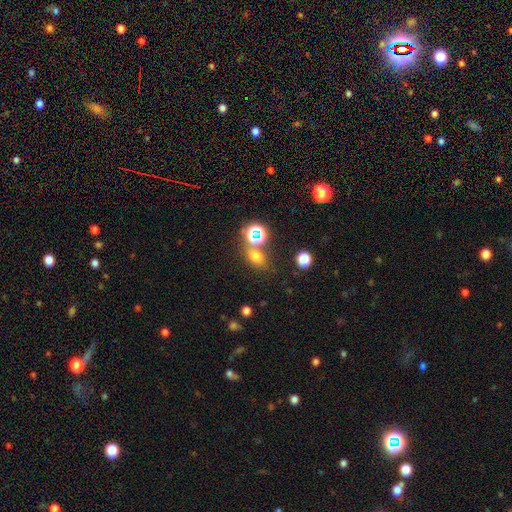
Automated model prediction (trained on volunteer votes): Smooth or featured?
  - smooth: 62% *
  - star or artifact: 28%
  - featured or disk: 9%
How rounded?
  - in between: 54% *
  - round: 44%
  - cigar-shaped: 2%
Merging?
  - none: 65% *
  - merger: 17%
  - minor disturbance: 12%
  - major disturbance: 6%